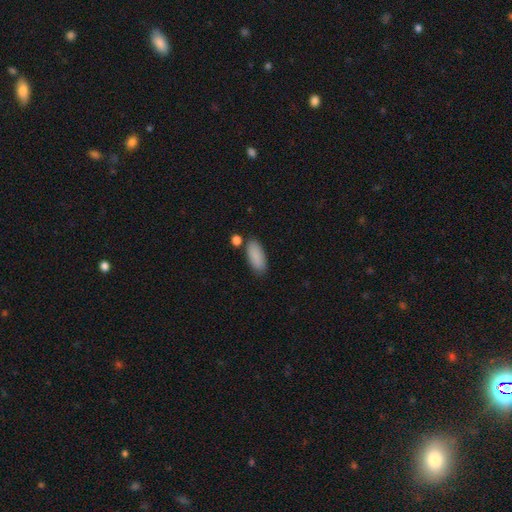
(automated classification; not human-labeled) Smooth or featured: smooth — 88% (star or artifact — 7%)
How rounded: in between — 85% (cigar-shaped — 13%)
Merging: none — 78% (minor disturbance — 12%)